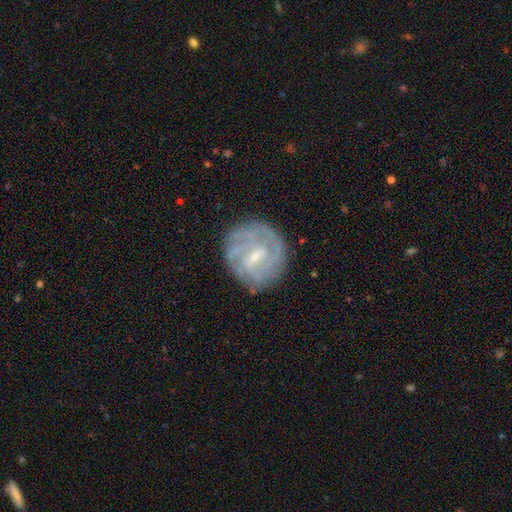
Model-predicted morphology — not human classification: Q: Smooth or featured?
A: featured or disk (76%); runner-up: smooth (17%)
Q: Edge-on disk?
A: no (97%); runner-up: yes (3%)
Q: Bar?
A: weak (57%); runner-up: strong (23%)
Q: Spiral arms?
A: yes (89%); runner-up: no (11%)
Q: Spiral winding?
A: tight (64%); runner-up: medium (28%)
Q: Spiral arm count?
A: can't tell (38%); runner-up: 2 (23%)
Q: Bulge size?
A: small (57%); runner-up: moderate (32%)
Q: Merging?
A: none (78%); runner-up: minor disturbance (15%)